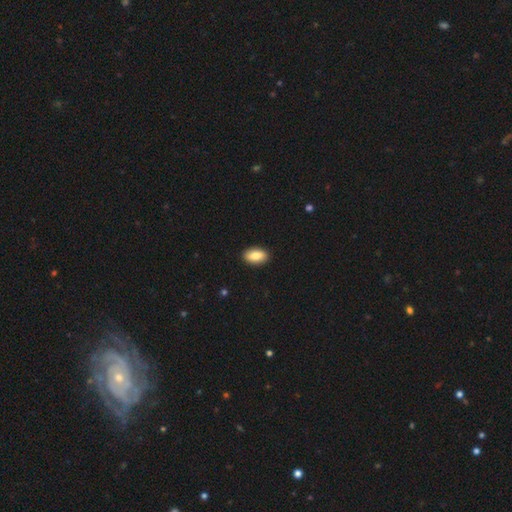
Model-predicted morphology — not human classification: Smooth or featured? Predicted: smooth (p=0.84). How rounded? Predicted: in between (p=0.92). Merging? Predicted: none (p=0.91).